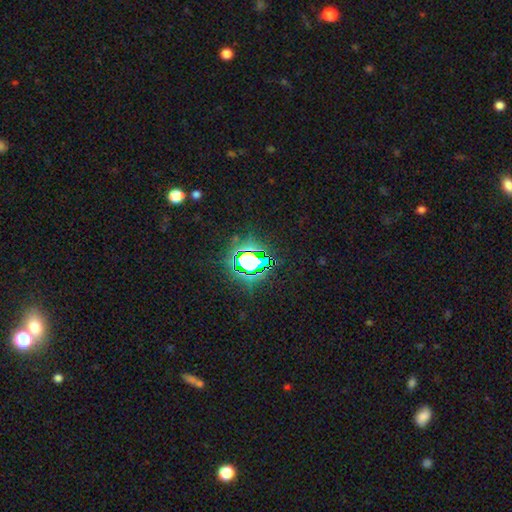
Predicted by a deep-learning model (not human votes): star or artifact 80%, smooth 13%, featured or disk 8%.